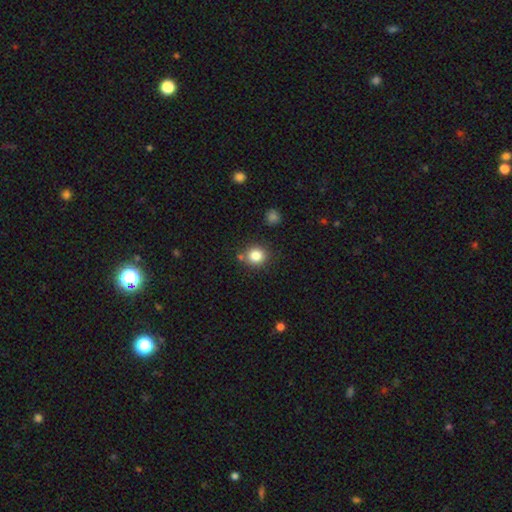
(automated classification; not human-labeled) A smooth galaxy with no disk features (83%) that is round (87%). Merging: none (80%).